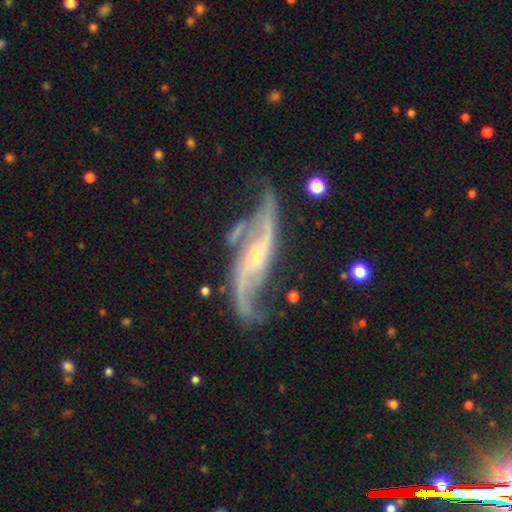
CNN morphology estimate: smooth-or-featured: featured or disk: 90% | star or artifact: 6% | smooth: 4%
  disk-edge-on: no: 90% | yes: 10%
    bar: no: 49% | weak: 29% | strong: 21%
    has-spiral-arms: yes: 96% | no: 4%
      spiral-winding: loose: 76% | medium: 18% | tight: 6%
      spiral-arm-count: 2: 88% | can't tell: 4% | 3: 3% | 1: 2% | 4: 2% | more than 4: 2%
    bulge-size: small: 78% | moderate: 16% | none: 3% | large: 1% | dominant: 1%
  merging: none: 58% | minor disturbance: 20% | major disturbance: 15% | merger: 8%